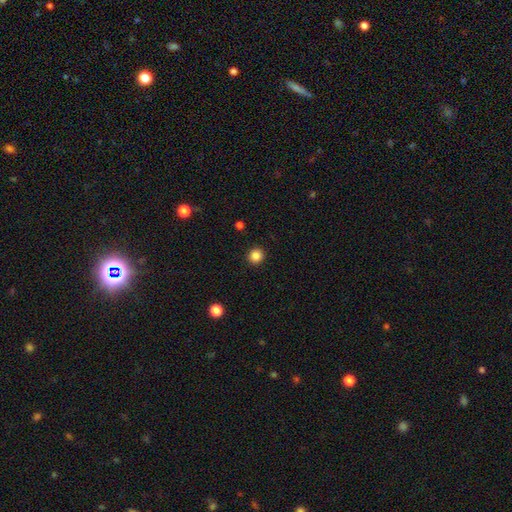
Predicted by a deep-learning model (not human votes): smooth_or_featured: smooth (p=0.85) [alt: star or artifact p=0.11]
how_rounded: round (p=0.92) [alt: in between p=0.07]
merging: none (p=0.93) [alt: minor disturbance p=0.05]